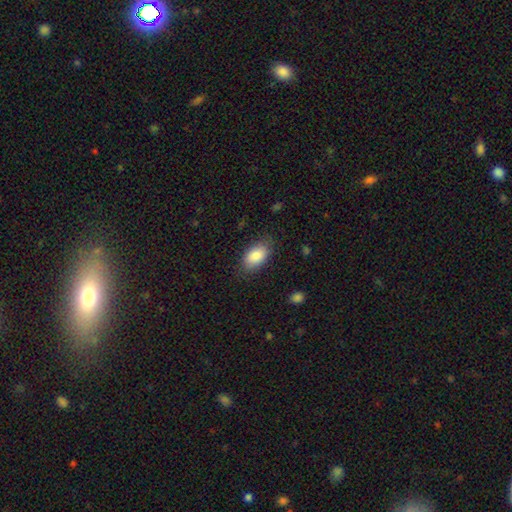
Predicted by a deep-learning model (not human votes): Smooth or featured?
  - smooth: 87% *
  - featured or disk: 7%
  - star or artifact: 6%
How rounded?
  - in between: 93% *
  - round: 5%
  - cigar-shaped: 2%
Merging?
  - none: 78% *
  - minor disturbance: 16%
  - major disturbance: 5%
  - merger: 1%